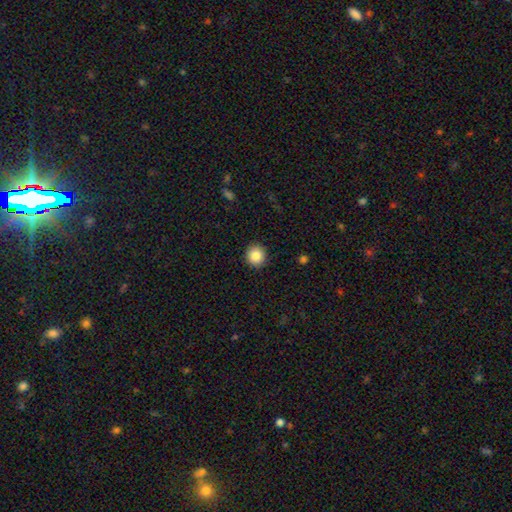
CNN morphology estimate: Q: Smooth or featured?
A: smooth (86%); runner-up: star or artifact (9%)
Q: How rounded?
A: round (89%); runner-up: in between (10%)
Q: Merging?
A: none (92%); runner-up: minor disturbance (6%)